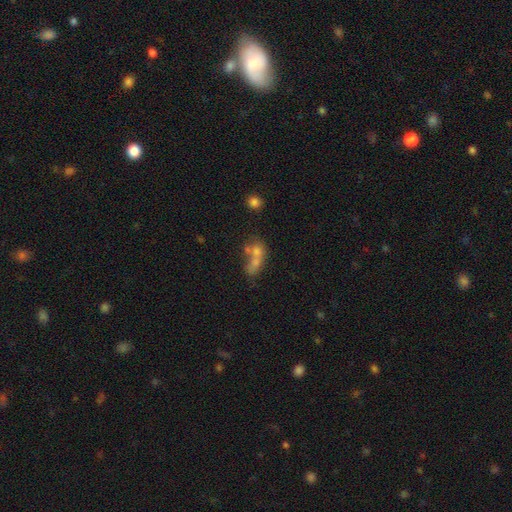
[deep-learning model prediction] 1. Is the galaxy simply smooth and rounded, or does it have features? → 58% smooth, 27% featured or disk, 15% star or artifact.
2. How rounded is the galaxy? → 60% in between, 29% round, 11% cigar-shaped.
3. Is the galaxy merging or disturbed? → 57% merger, 24% none, 10% major disturbance, 9% minor disturbance.